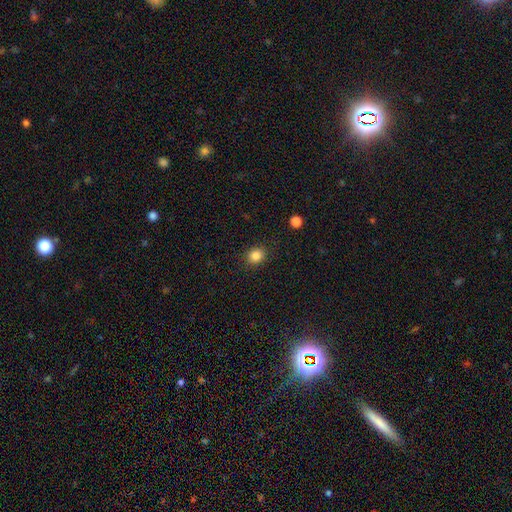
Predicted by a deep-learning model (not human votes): Q: Smooth or featured?
A: smooth (86%); runner-up: star or artifact (11%)
Q: How rounded?
A: round (65%); runner-up: in between (34%)
Q: Merging?
A: none (87%); runner-up: minor disturbance (9%)